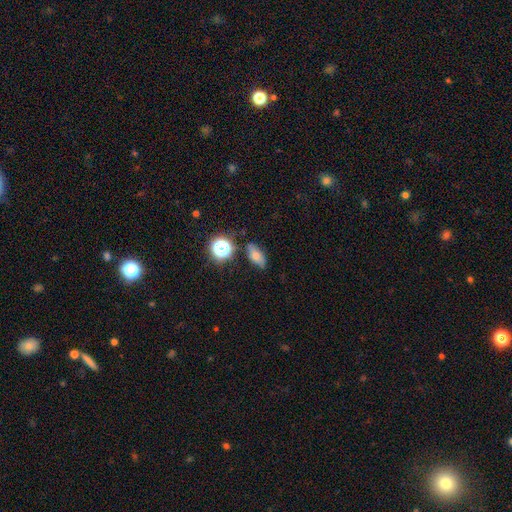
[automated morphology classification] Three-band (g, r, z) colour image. It shows a smooth galaxy with no disk features (61%) that is in between round and cigar-shaped (75%). Merging: none (82%).